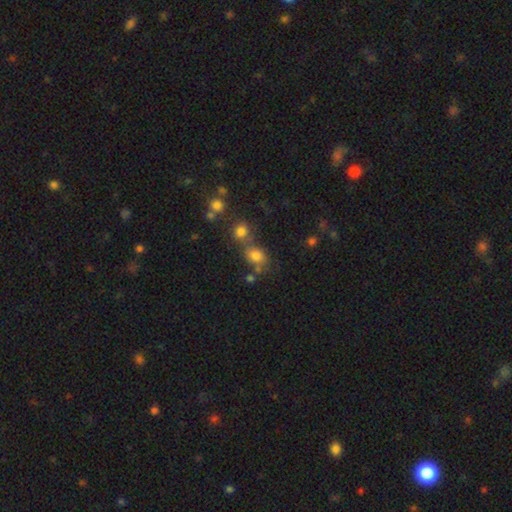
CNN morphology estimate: smooth_or_featured: smooth (p=0.76) [alt: star or artifact p=0.15]
how_rounded: round (p=0.51) [alt: in between p=0.48]
merging: none (p=0.47) [alt: merger p=0.34]